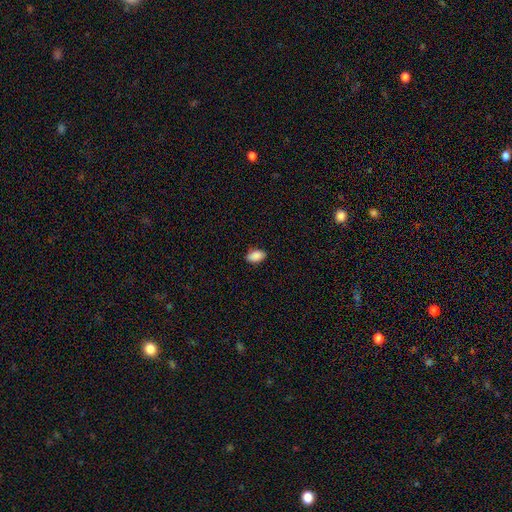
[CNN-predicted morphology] This appears to be a smooth galaxy with no disk features (90%) that is in between round and cigar-shaped (93%). Merging: none (87%).